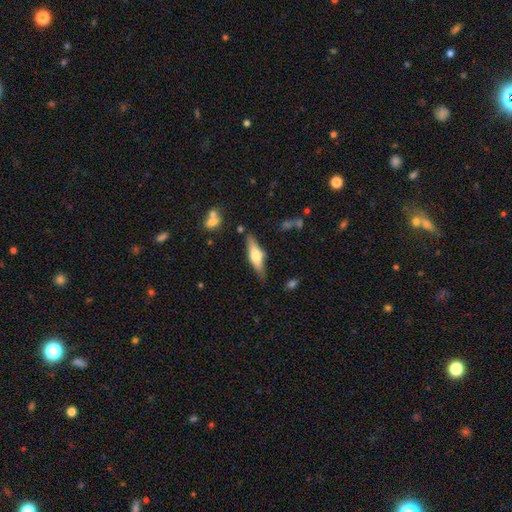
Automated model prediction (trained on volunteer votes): Q: Smooth or featured?
A: featured or disk (55%); runner-up: smooth (38%)
Q: Edge-on disk?
A: yes (94%); runner-up: no (6%)
Q: Edge-on bulge?
A: rounded (88%); runner-up: boxy (10%)
Q: Merging?
A: none (80%); runner-up: minor disturbance (13%)